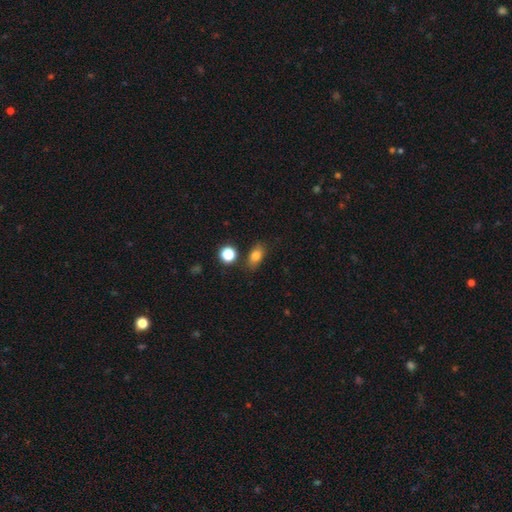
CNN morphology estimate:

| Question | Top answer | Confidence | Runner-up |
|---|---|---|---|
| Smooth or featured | smooth | 80% | star or artifact (11%) |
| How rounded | in between | 79% | round (17%) |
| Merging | none | 80% | minor disturbance (12%) |